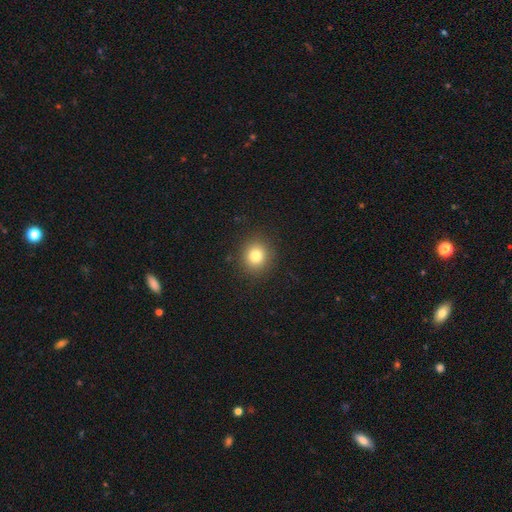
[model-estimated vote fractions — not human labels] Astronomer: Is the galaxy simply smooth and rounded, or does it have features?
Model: smooth — 81%.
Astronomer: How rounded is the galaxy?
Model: round — 83%.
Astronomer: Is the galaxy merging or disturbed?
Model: none — 90%.